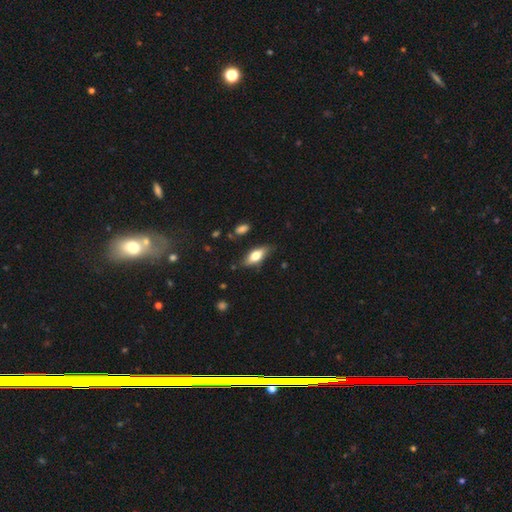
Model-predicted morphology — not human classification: Smooth or featured: smooth — 66% (featured or disk — 27%)
How rounded: in between — 75% (cigar-shaped — 22%)
Merging: none — 76% (minor disturbance — 18%)